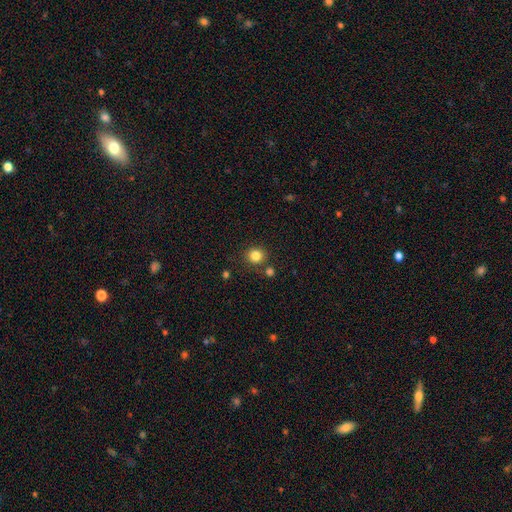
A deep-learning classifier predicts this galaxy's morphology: Overall: smooth (83%). How rounded: round (89%). Merging: none (81%).